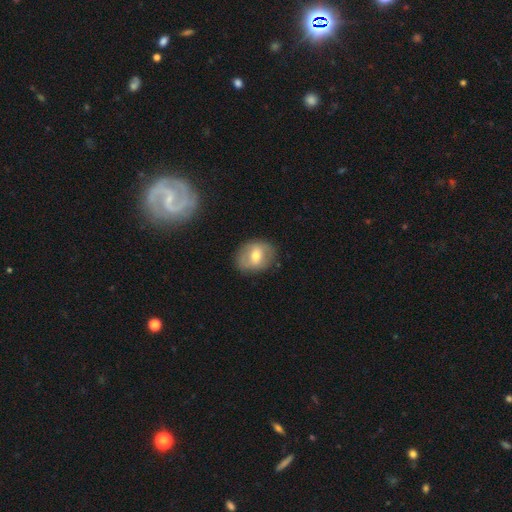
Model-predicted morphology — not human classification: smooth-or-featured: smooth: 51% | featured or disk: 42% | star or artifact: 7%
  how-rounded: in between: 50% | round: 49% | cigar-shaped: 1%
  merging: none: 81% | minor disturbance: 13% | major disturbance: 4% | merger: 1%